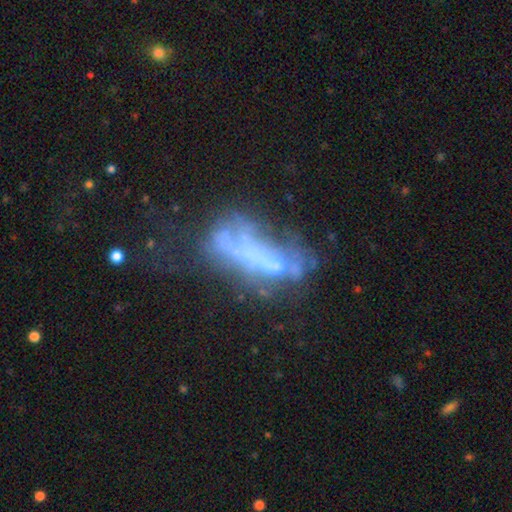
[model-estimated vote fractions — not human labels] A featured or disk galaxy (57%).

Vote fractions:
- Smooth or featured? featured or disk: 57% / smooth: 26% / star or artifact: 17%
- Edge-on disk? no: 84% / yes: 16%
- Merging? major disturbance: 39% / none: 25% / merger: 20% / minor disturbance: 17%